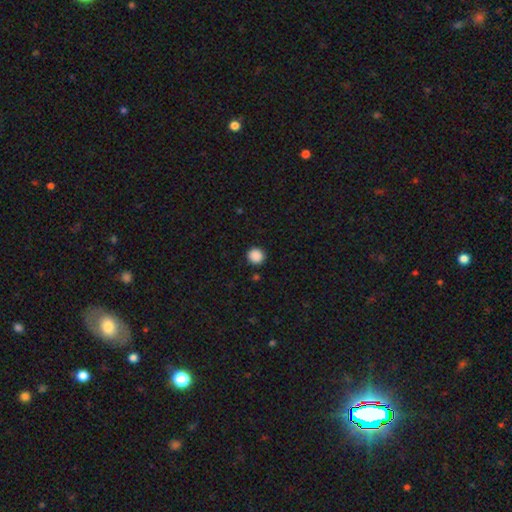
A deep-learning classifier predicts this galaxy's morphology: Overall: smooth (89%). How rounded: round (92%). Merging: none (91%).